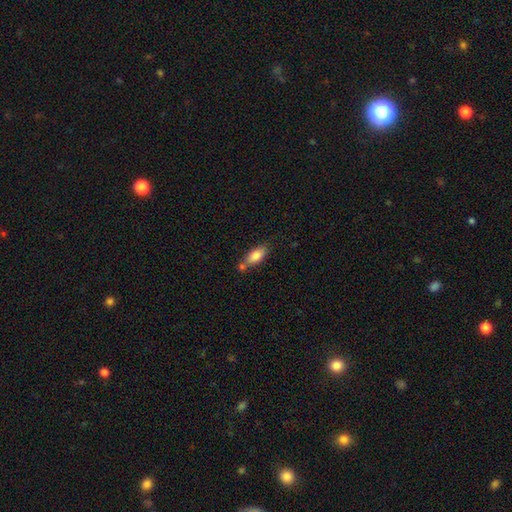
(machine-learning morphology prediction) Smooth or featured: smooth — 81% (featured or disk — 11%)
How rounded: in between — 81% (cigar-shaped — 15%)
Merging: none — 52% (merger — 27%)